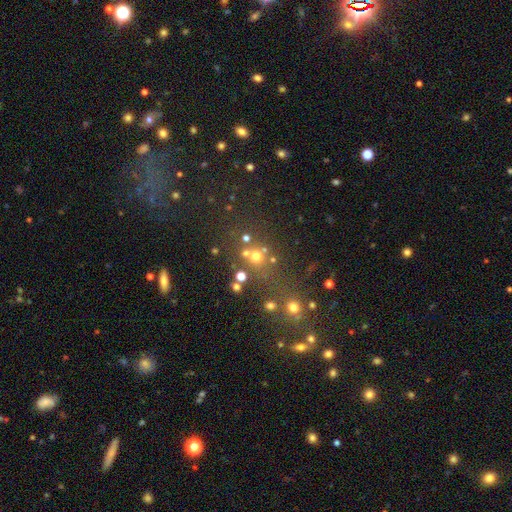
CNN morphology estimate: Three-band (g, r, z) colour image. It shows a star or artifact, not a galaxy (54%).